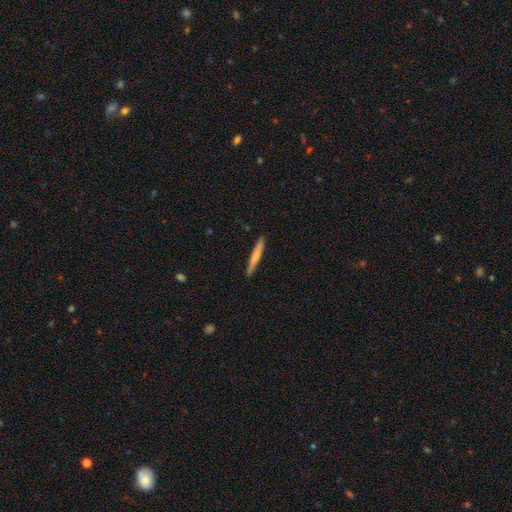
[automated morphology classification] type=smooth (67%); roundness=cigar-shaped (96%); merging=none (89%).